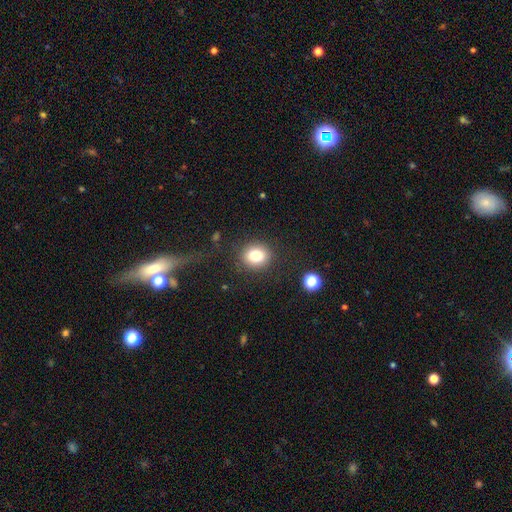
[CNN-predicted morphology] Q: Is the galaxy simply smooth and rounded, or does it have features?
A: smooth — 80%.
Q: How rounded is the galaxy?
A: round — 74%.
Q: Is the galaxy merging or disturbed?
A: none — 85%.